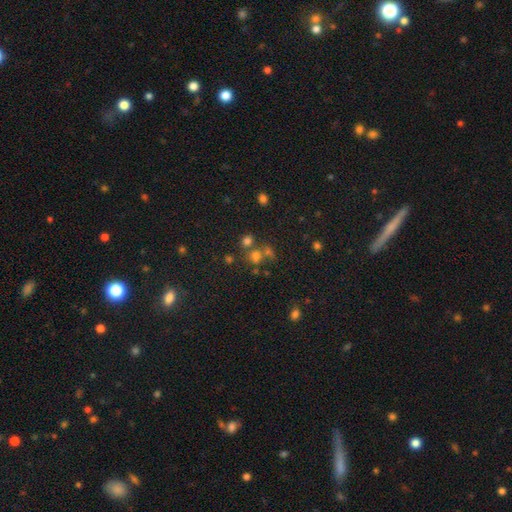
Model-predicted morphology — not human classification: Smooth or featured? Predicted: smooth (p=0.59). How rounded? Predicted: round (p=0.80). Merging? Predicted: none (p=0.54).